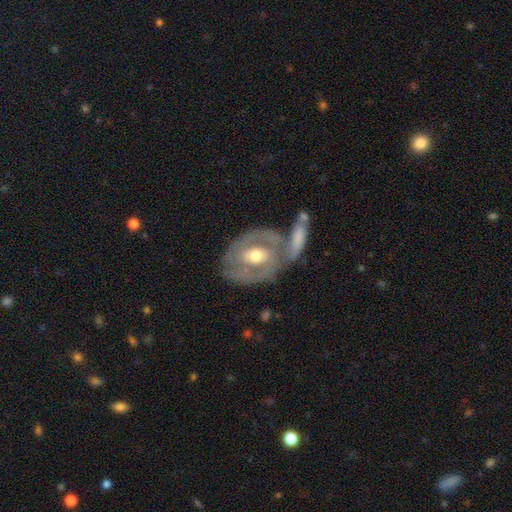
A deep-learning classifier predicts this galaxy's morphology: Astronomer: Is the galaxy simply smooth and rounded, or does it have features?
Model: featured or disk — 71%.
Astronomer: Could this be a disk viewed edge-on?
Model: no — 94%.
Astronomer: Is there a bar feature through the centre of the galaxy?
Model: no — 40% (runner-up: weak, 36%).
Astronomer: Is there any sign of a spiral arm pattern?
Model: yes — 58% (runner-up: no, 42%).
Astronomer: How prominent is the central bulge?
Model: moderate — 73%.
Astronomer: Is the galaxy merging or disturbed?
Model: none — 51%.